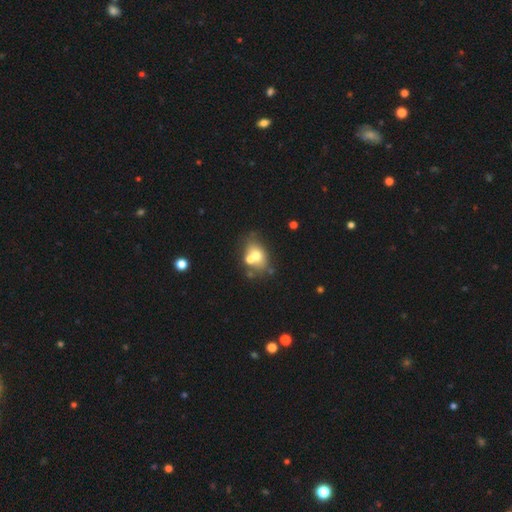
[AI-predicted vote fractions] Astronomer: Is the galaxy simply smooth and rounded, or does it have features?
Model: smooth — 62%.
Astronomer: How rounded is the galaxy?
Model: in between — 66%.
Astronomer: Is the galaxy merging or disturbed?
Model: none — 43% (runner-up: merger, 38%).